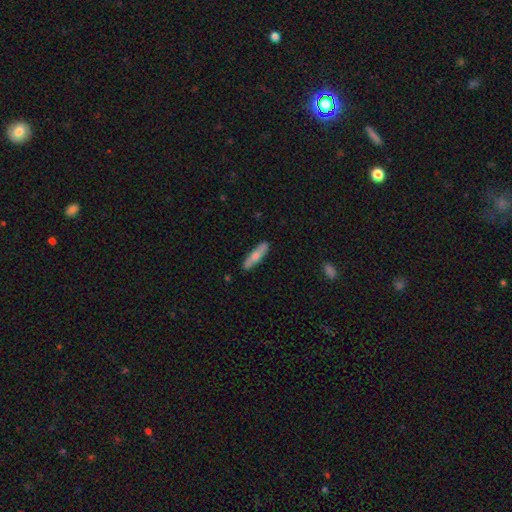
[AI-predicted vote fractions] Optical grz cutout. It shows a smooth galaxy with no disk features (64%) that is cigar-shaped (73%). Merging: none (87%).